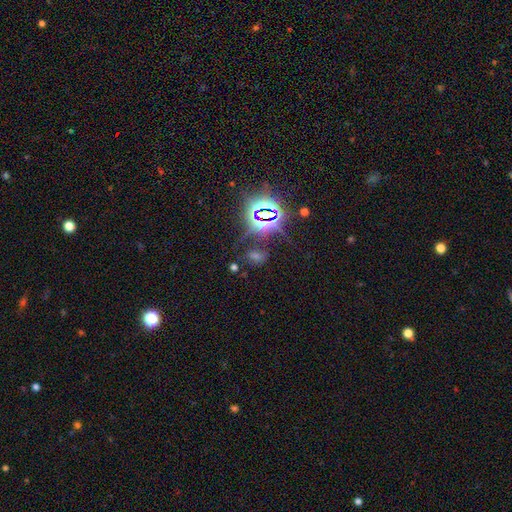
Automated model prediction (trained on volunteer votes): This is likely a star or artifact rather than a galaxy (68%).